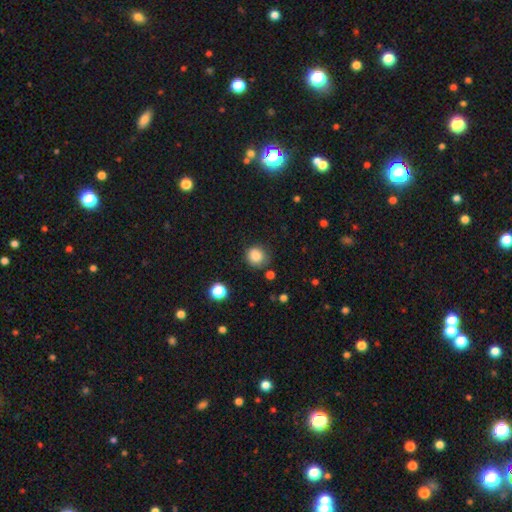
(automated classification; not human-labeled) A smooth galaxy with no disk features (85%) that is round (87%). Merging: none (74%).